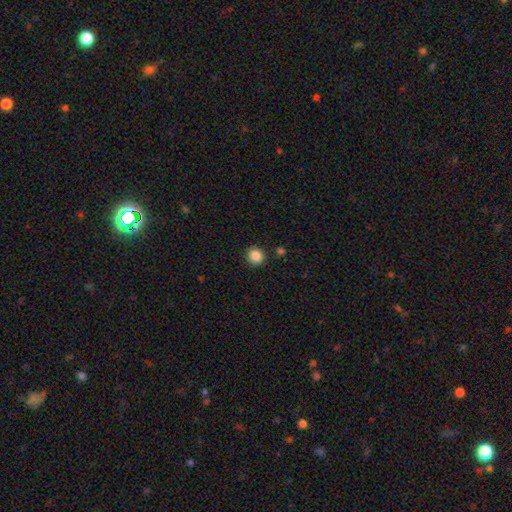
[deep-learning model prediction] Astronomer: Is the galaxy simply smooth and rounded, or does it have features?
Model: smooth — 87%.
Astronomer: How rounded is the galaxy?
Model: round — 87%.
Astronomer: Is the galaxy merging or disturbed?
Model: none — 90%.